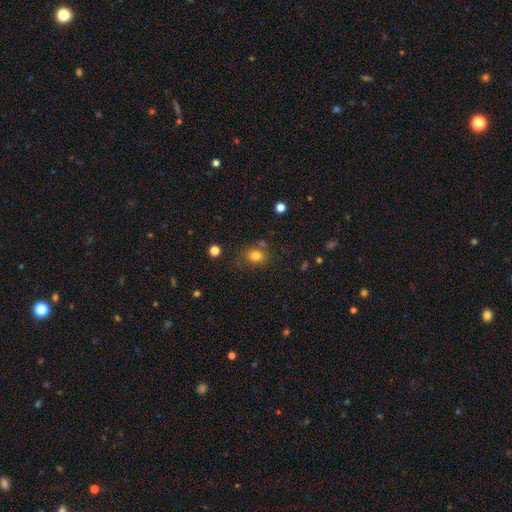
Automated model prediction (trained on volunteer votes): smooth 79%, star or artifact 13%, featured or disk 7%. Down the decision tree: how rounded — round (66%); merging — none (71%).